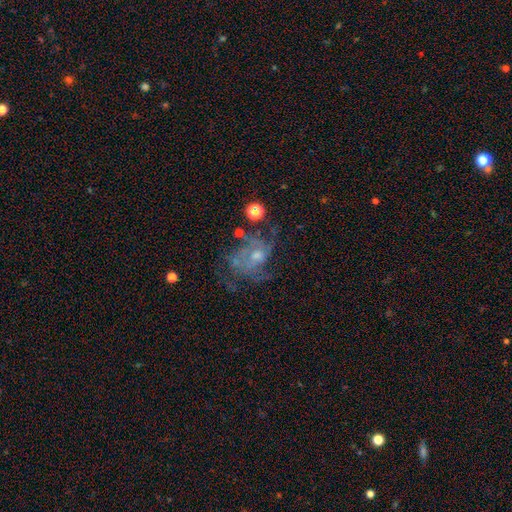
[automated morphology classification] A featured or disk galaxy (66%) with no bar (76%), spiral arms (61%) and a small central bulge (41%).

Vote fractions:
- Smooth or featured? featured or disk: 66% / smooth: 19% / star or artifact: 14%
- Edge-on disk? no: 97% / yes: 3%
- Bar? no: 76% / weak: 21% / strong: 3%
- Spiral arms? yes: 61% / no: 39%
- Bulge size? small: 41% / moderate: 40% / none: 15% / large: 4% / dominant: 1%
- Merging? none: 42% / major disturbance: 32% / minor disturbance: 19% / merger: 6%